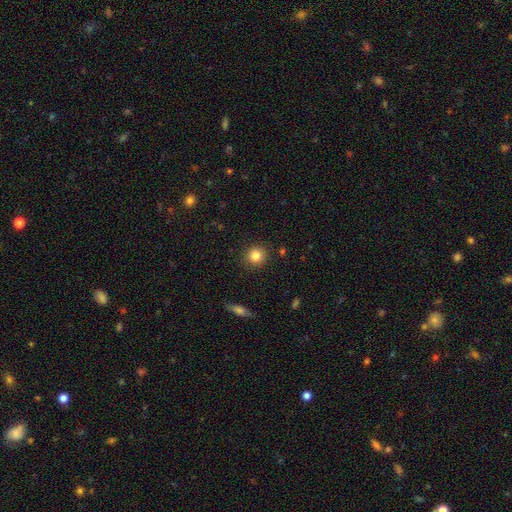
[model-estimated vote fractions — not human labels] Smooth or featured?
  - smooth: 82% *
  - star or artifact: 11%
  - featured or disk: 7%
How rounded?
  - round: 91% *
  - in between: 8%
  - cigar-shaped: 1%
Merging?
  - none: 90% *
  - minor disturbance: 7%
  - major disturbance: 2%
  - merger: 1%